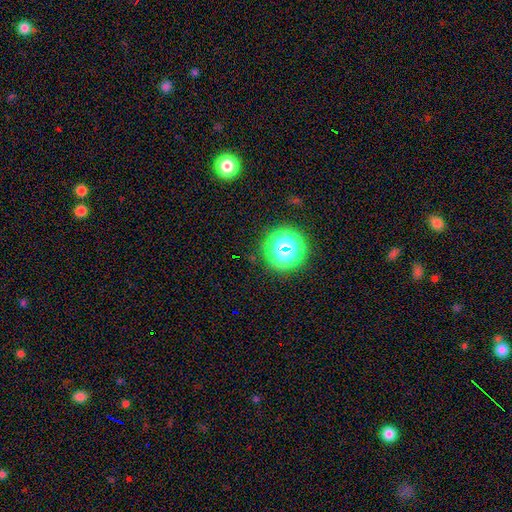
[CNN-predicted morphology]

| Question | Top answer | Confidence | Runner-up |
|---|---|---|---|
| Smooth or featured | star or artifact | 77% | smooth (16%) |